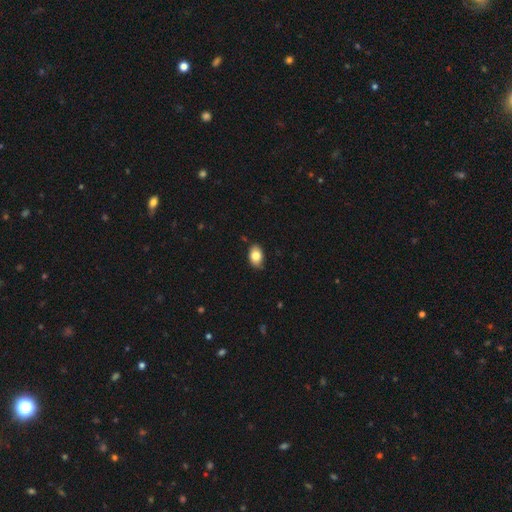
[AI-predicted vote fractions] Smooth or featured?
  - smooth: 83% *
  - featured or disk: 9%
  - star or artifact: 8%
How rounded?
  - in between: 85% *
  - round: 13%
  - cigar-shaped: 1%
Merging?
  - none: 80% *
  - minor disturbance: 17%
  - major disturbance: 2%
  - merger: 1%